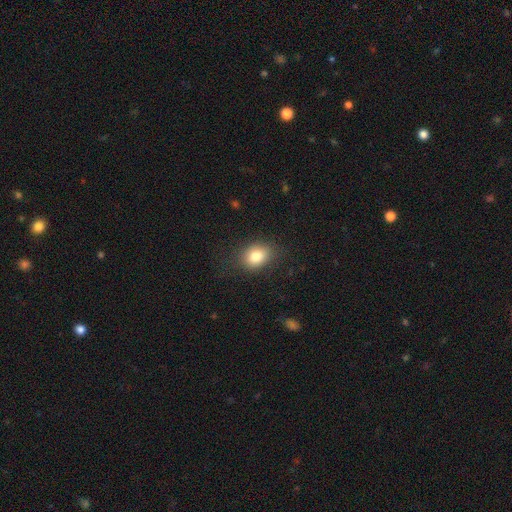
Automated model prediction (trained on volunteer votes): Smooth or featured?
  - smooth: 80% *
  - star or artifact: 10%
  - featured or disk: 10%
How rounded?
  - in between: 62% *
  - round: 37%
  - cigar-shaped: 1%
Merging?
  - none: 81% *
  - minor disturbance: 13%
  - major disturbance: 5%
  - merger: 1%